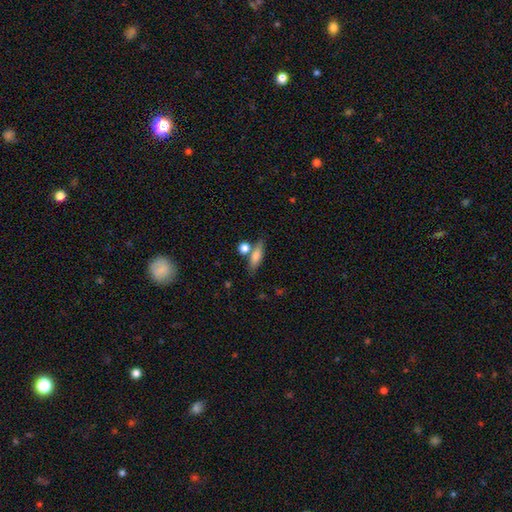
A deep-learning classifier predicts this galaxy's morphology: Smooth or featured? smooth (74%)
How rounded? in between (48%)
Merging? none (62%)